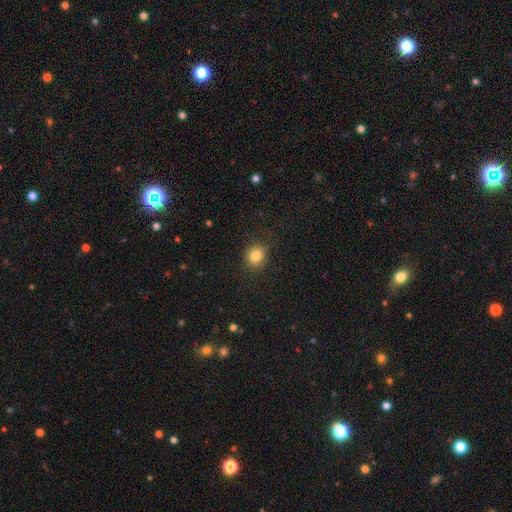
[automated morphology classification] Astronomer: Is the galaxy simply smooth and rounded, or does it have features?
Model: smooth — 84%.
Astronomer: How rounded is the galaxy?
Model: round — 75%.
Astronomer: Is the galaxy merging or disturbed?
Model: none — 86%.